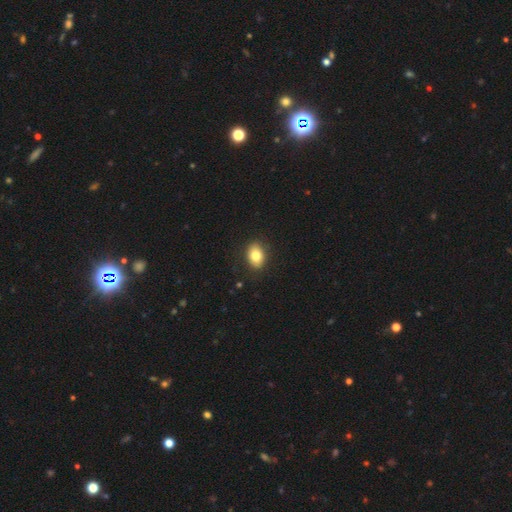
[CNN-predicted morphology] A smooth galaxy with no disk features (82%) that is in between round and cigar-shaped (77%).

Vote fractions:
- Smooth or featured? smooth: 82% / featured or disk: 9% / star or artifact: 8%
- How rounded? in between: 77% / round: 22% / cigar-shaped: 1%
- Merging? none: 87% / minor disturbance: 9% / major disturbance: 3% / merger: 1%